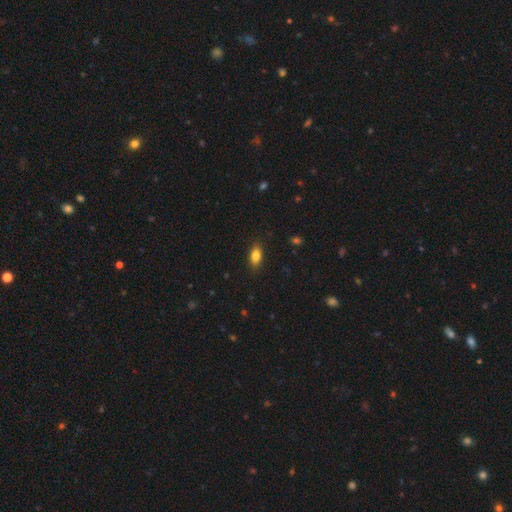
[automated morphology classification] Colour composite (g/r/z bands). It shows a smooth galaxy with no disk features (84%) that is in between round and cigar-shaped (87%). Merging: none (86%).